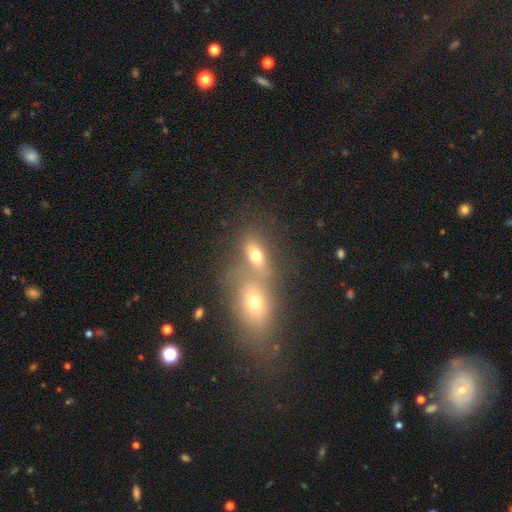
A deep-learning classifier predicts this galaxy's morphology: A smooth galaxy with no disk features (67%) that is in between round and cigar-shaped (72%). Merging: merger (48%).